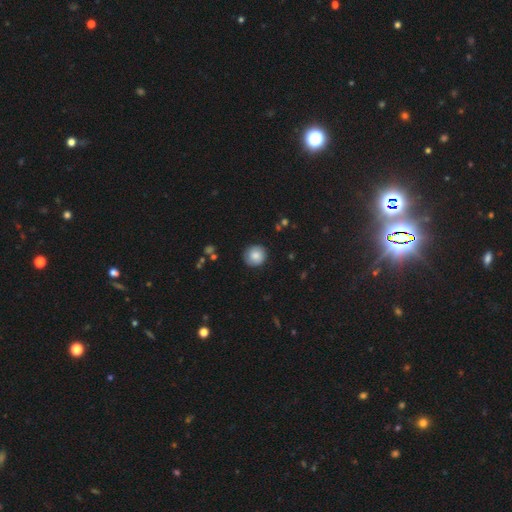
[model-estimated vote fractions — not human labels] Smooth or featured? smooth (82%)
How rounded? round (93%)
Merging? none (87%)